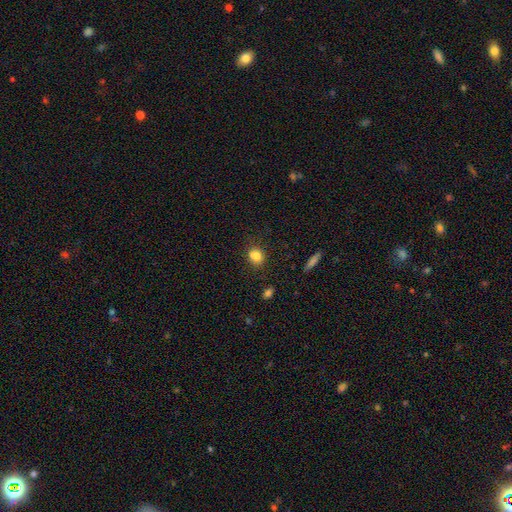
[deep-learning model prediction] Smooth or featured: smooth — 79% (star or artifact — 12%)
How rounded: round — 57% (in between — 41%)
Merging: none — 60% (merger — 19%)